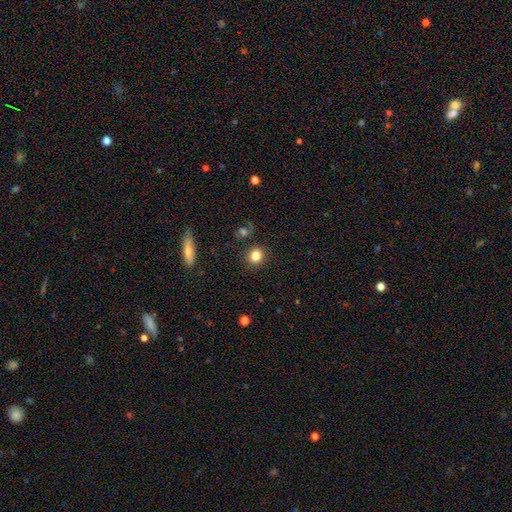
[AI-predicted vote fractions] smooth-or-featured: smooth: 83% | star or artifact: 11% | featured or disk: 7%
  how-rounded: round: 87% | in between: 12% | cigar-shaped: 1%
  merging: none: 89% | minor disturbance: 6% | major disturbance: 2% | merger: 2%